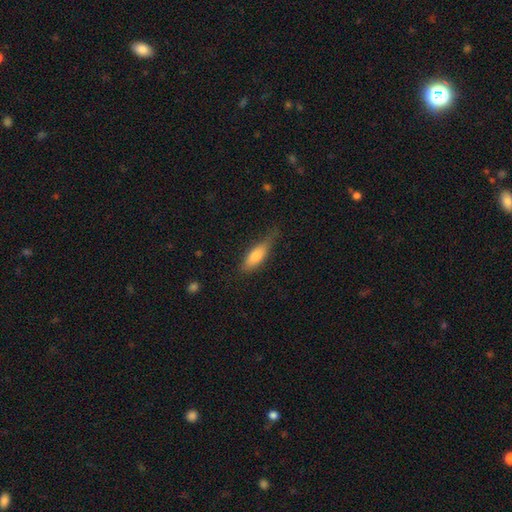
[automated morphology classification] This appears to be a smooth galaxy with no disk features (75%) that is in between round and cigar-shaped (53%). Merging: none (57%).